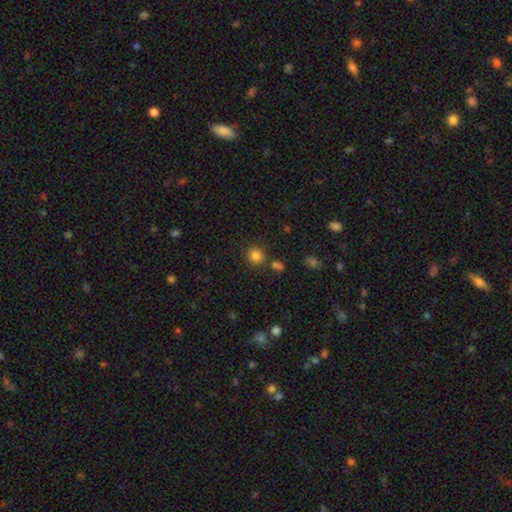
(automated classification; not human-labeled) This is clearly a smooth galaxy (82%). How rounded: clearly round (84%). Merging: likely none (74%).